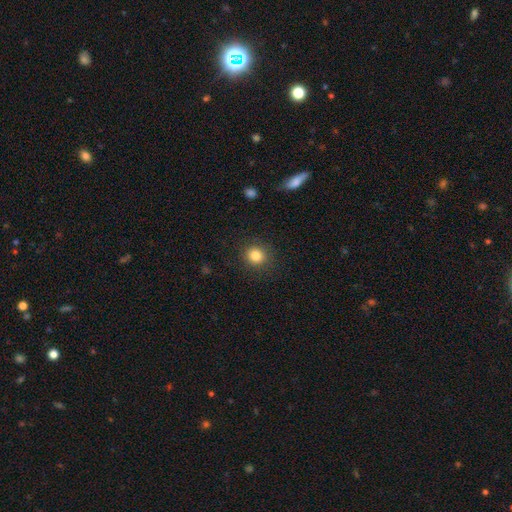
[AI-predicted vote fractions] smooth_or_featured: smooth (p=0.84) [alt: star or artifact p=0.11]
how_rounded: round (p=0.87) [alt: in between p=0.12]
merging: none (p=0.89) [alt: minor disturbance p=0.07]